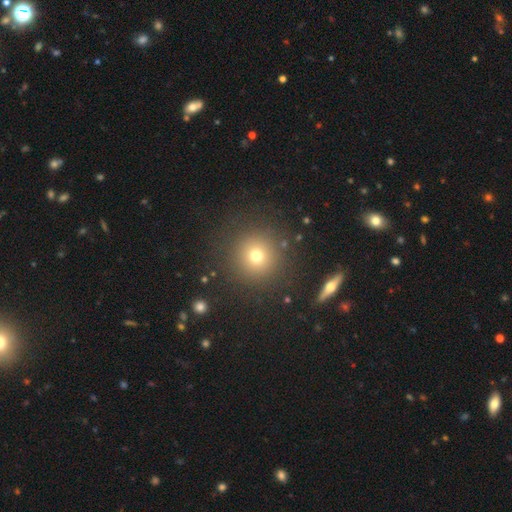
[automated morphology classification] Smooth or featured?
  - smooth: 71% *
  - star or artifact: 17%
  - featured or disk: 12%
How rounded?
  - round: 95% *
  - in between: 4%
  - cigar-shaped: 1%
Merging?
  - none: 88% *
  - minor disturbance: 6%
  - major disturbance: 3%
  - merger: 2%